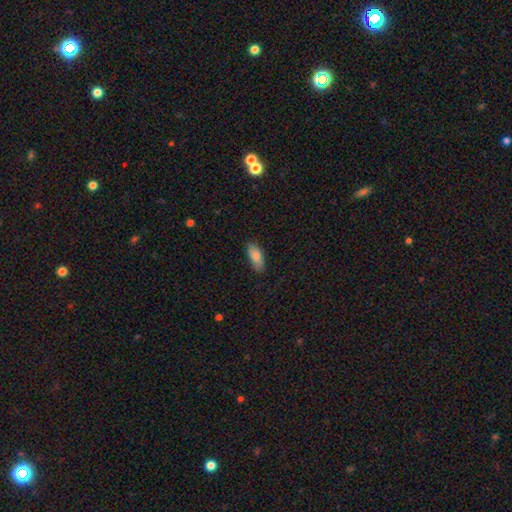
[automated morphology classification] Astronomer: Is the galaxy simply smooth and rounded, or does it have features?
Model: smooth — 82%.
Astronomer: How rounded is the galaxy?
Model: in between — 82%.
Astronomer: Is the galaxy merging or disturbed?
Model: none — 84%.